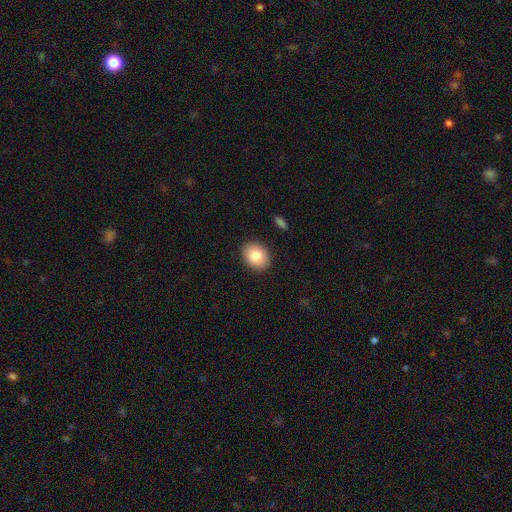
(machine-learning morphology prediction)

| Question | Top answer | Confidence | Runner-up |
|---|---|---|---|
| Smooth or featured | smooth | 83% | featured or disk (10%) |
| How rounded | in between | 56% | round (44%) |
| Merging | none | 90% | minor disturbance (7%) |